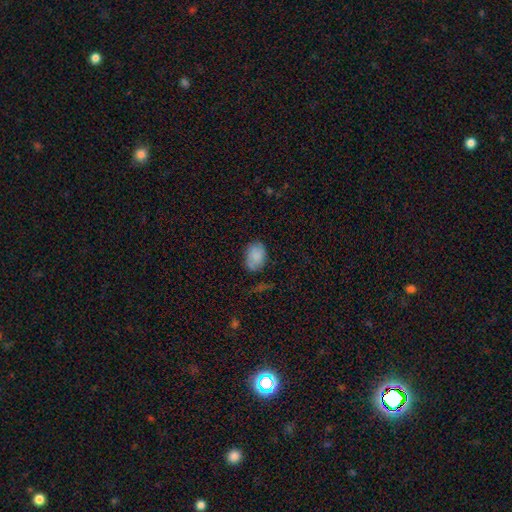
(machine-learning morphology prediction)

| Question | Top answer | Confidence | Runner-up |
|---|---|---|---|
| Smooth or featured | smooth | 81% | featured or disk (11%) |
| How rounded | in between | 76% | round (22%) |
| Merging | none | 69% | minor disturbance (22%) |